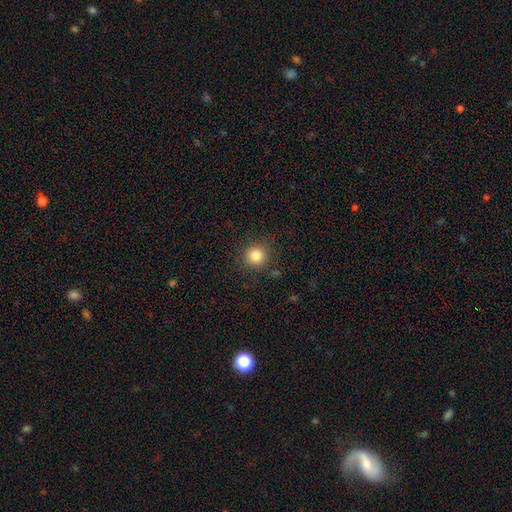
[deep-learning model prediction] The model was most divided on "smooth or featured": smooth: 83%, star or artifact: 12%, featured or disk: 6%. More confident: how rounded — round (94%); merging — none (88%).